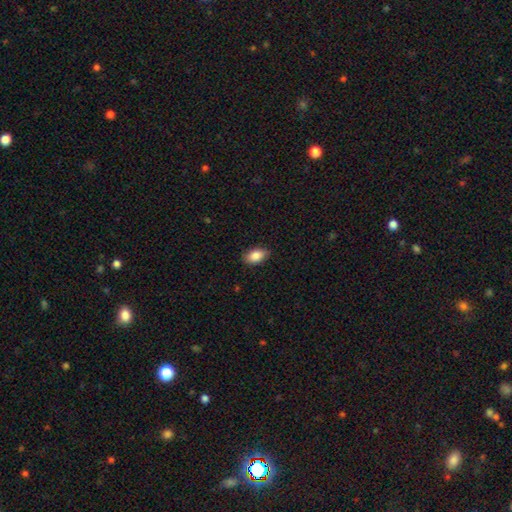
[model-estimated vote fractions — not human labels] Smooth or featured? smooth (87%)
How rounded? in between (91%)
Merging? none (85%)